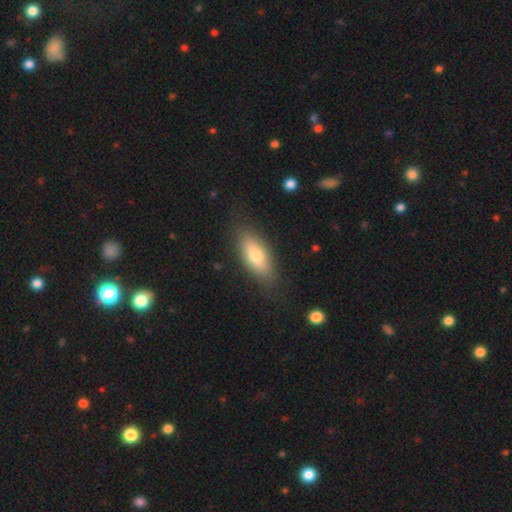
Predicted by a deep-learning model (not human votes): Q: Smooth or featured?
A: smooth (70%); runner-up: featured or disk (24%)
Q: How rounded?
A: in between (76%); runner-up: cigar-shaped (21%)
Q: Merging?
A: none (82%); runner-up: minor disturbance (13%)